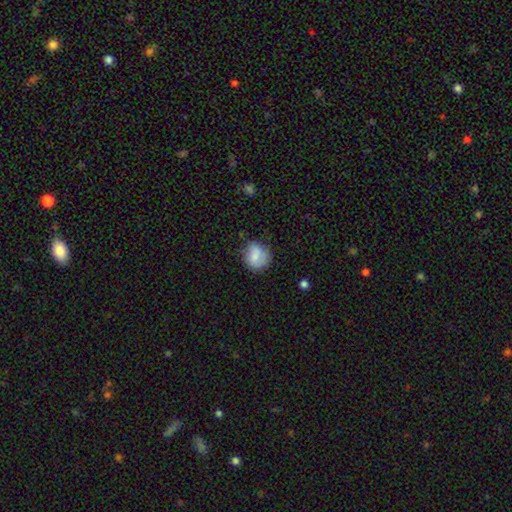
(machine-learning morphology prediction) Smooth or featured? Predicted: smooth (p=0.79). How rounded? Predicted: round (p=0.75). Merging? Predicted: none (p=0.60).